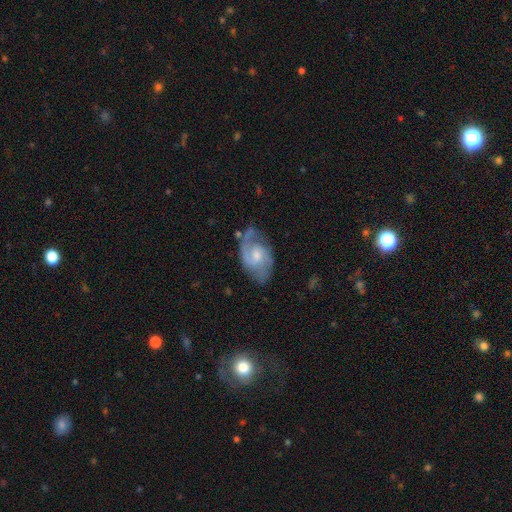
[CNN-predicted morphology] This appears to be a featured or disk galaxy (79%) with no bar (49%), 2 (73%) medium (50%) spiral arms (93%) and a moderate central bulge (50%). Merging: none (63%).